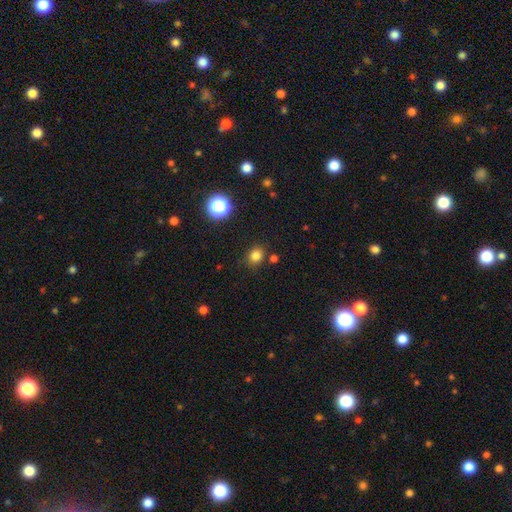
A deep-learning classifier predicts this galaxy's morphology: type=smooth (80%); roundness=round (71%); merging=none (83%).